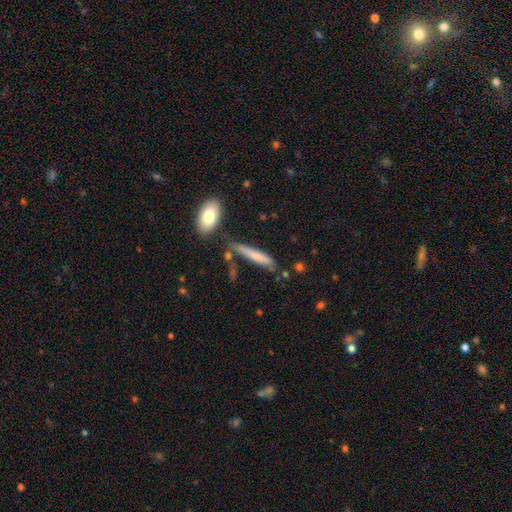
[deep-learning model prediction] Smooth or featured? smooth (66%)
How rounded? cigar-shaped (89%)
Merging? none (70%)